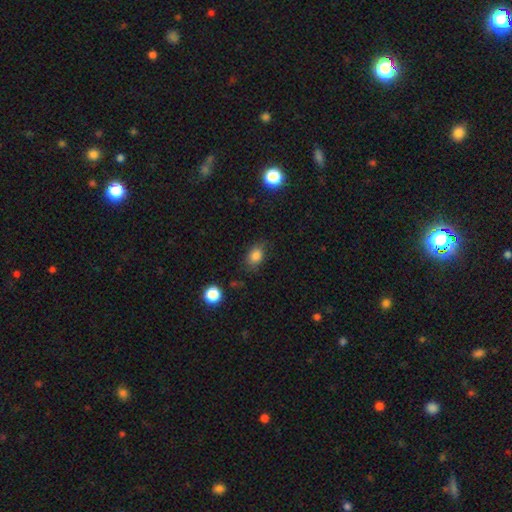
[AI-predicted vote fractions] smooth-or-featured: smooth: 82% | star or artifact: 11% | featured or disk: 7%
  how-rounded: in between: 72% | round: 26% | cigar-shaped: 1%
  merging: none: 75% | minor disturbance: 18% | major disturbance: 5% | merger: 2%